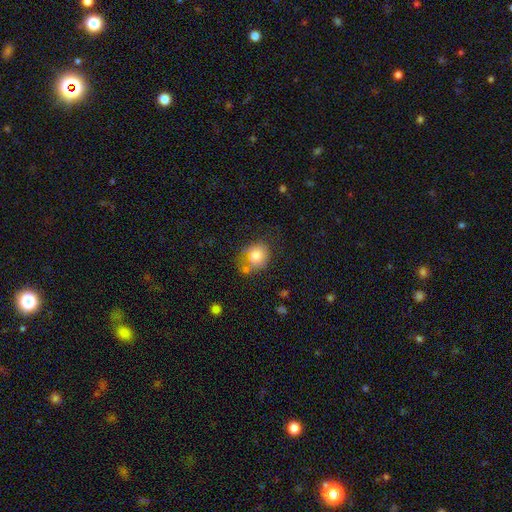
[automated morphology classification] Smooth or featured?
  - smooth: 79% *
  - featured or disk: 12%
  - star or artifact: 9%
How rounded?
  - round: 63% *
  - in between: 36%
  - cigar-shaped: 1%
Merging?
  - none: 51% *
  - minor disturbance: 24%
  - merger: 14%
  - major disturbance: 11%